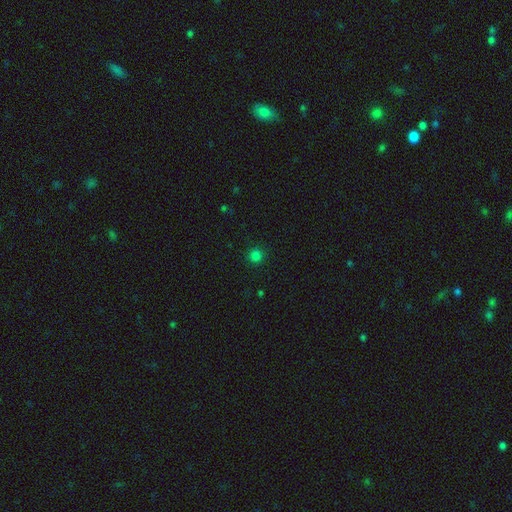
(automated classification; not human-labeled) Smooth or featured? Predicted: smooth (p=0.80). How rounded? Predicted: round (p=0.94). Merging? Predicted: none (p=0.91).